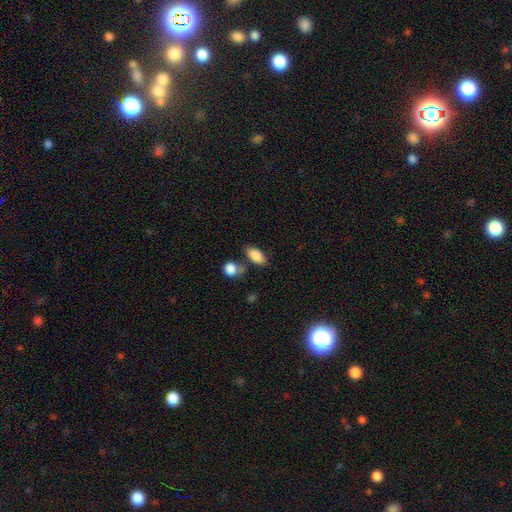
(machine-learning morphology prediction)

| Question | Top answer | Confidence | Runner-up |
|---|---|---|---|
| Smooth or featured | smooth | 86% | star or artifact (7%) |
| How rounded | in between | 90% | cigar-shaped (5%) |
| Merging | none | 65% | merger (16%) |